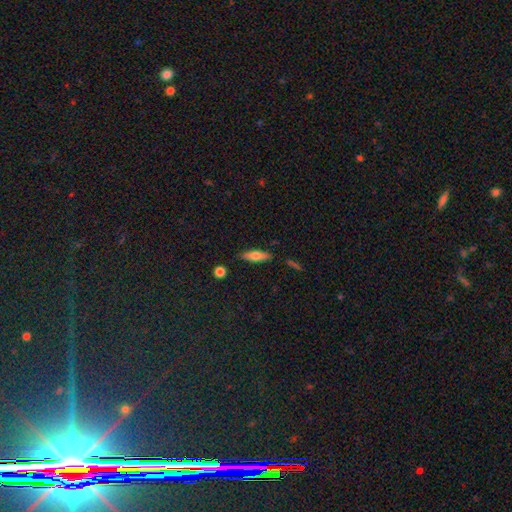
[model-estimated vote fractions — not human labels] A smooth galaxy with no disk features (61%) that is cigar-shaped (58%). Merging: none (83%).